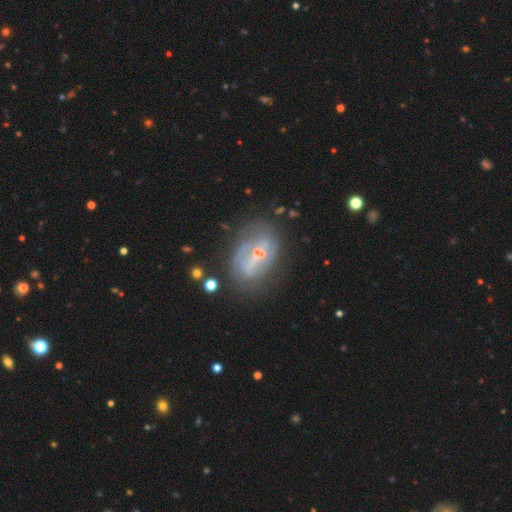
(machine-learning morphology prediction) smooth-or-featured: featured or disk: 67% | smooth: 22% | star or artifact: 11%
  disk-edge-on: no: 93% | yes: 7%
    bar: no: 44% | weak: 36% | strong: 20%
    has-spiral-arms: no: 51% | yes: 49%
    bulge-size: small: 54% | moderate: 37% | none: 5% | large: 2% | dominant: 1%
  merging: none: 52% | minor disturbance: 23% | major disturbance: 17% | merger: 8%